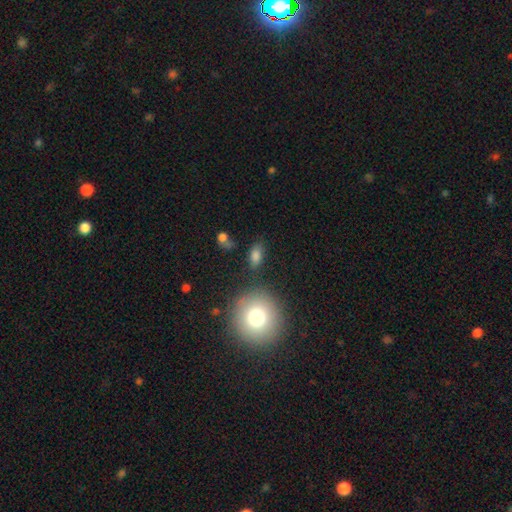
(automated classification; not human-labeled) smooth-or-featured: smooth: 80% | star or artifact: 12% | featured or disk: 8%
  how-rounded: in between: 84% | round: 12% | cigar-shaped: 4%
  merging: none: 74% | minor disturbance: 15% | merger: 6% | major disturbance: 5%